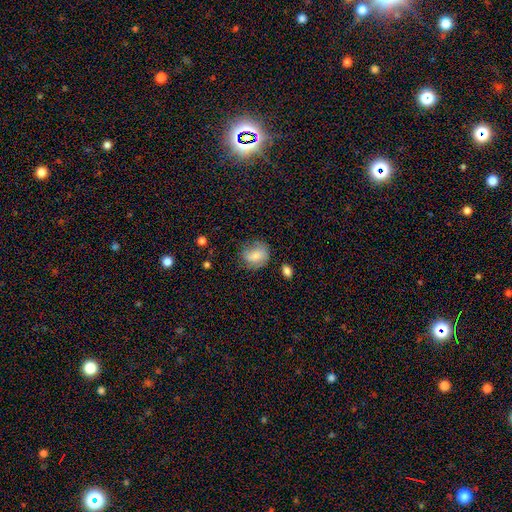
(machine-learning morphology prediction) type=smooth (74%); roundness=round (59%); merging=none (64%).